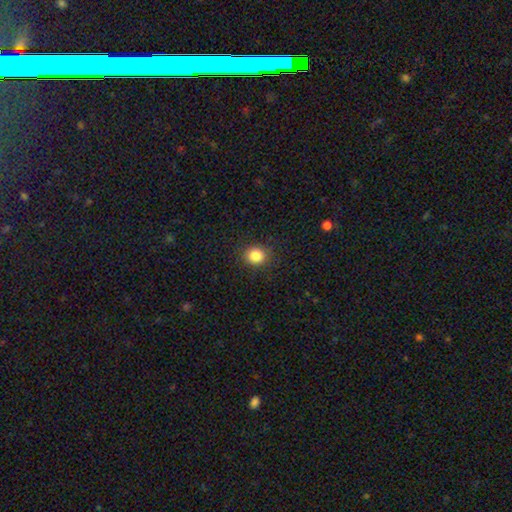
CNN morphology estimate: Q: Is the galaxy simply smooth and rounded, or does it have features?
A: smooth — 85%.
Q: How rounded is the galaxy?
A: round — 83%.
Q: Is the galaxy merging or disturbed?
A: none — 90%.